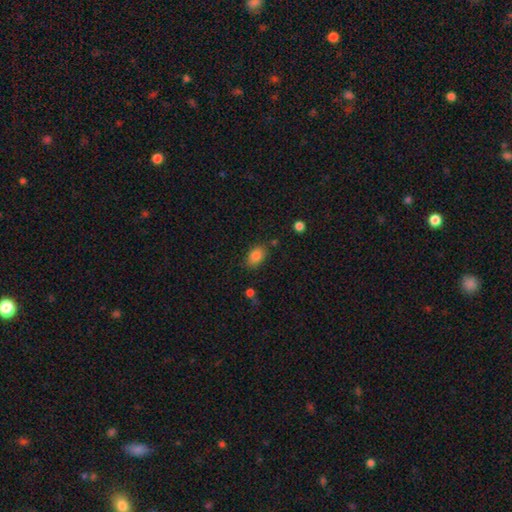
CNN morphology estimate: Q: Smooth or featured?
A: smooth (85%); runner-up: star or artifact (9%)
Q: How rounded?
A: in between (84%); runner-up: round (15%)
Q: Merging?
A: none (77%); runner-up: minor disturbance (15%)